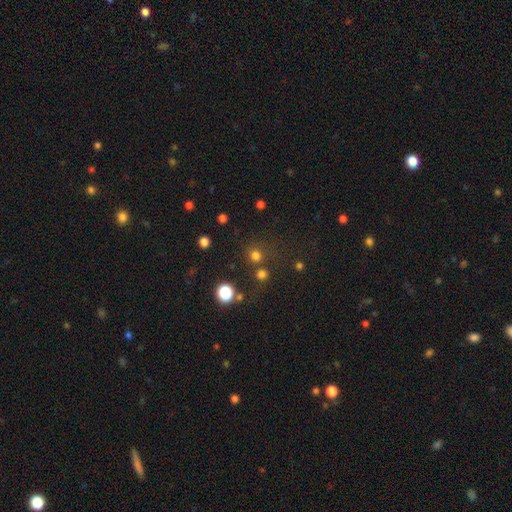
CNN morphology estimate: Smooth or featured: smooth — 73% (star or artifact — 22%)
How rounded: round — 91% (in between — 8%)
Merging: none — 73% (merger — 14%)